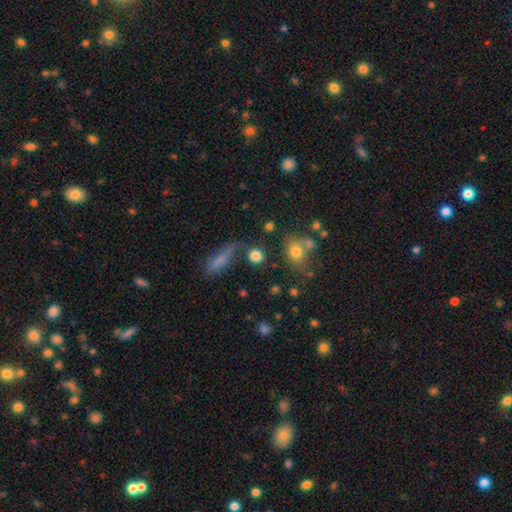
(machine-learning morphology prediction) A smooth galaxy with no disk features (82%) that is round (76%). Merging: none (71%).